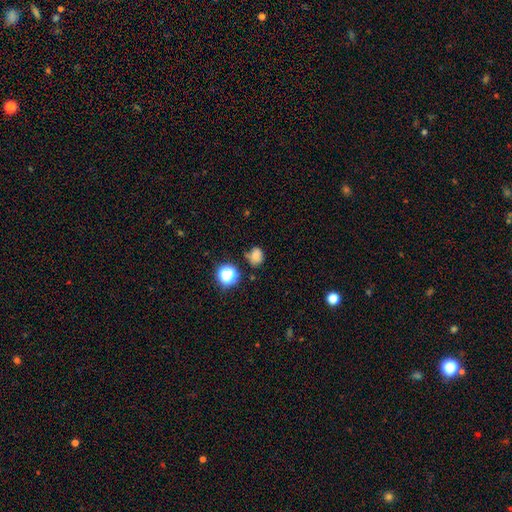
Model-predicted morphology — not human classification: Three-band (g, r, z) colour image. It shows a smooth galaxy with no disk features (75%) that is round (59%). Merging: none (63%).